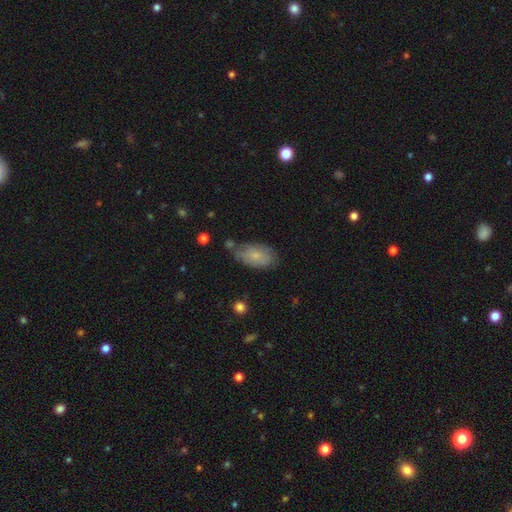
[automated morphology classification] type=smooth (74%); roundness=in between (93%); merging=none (63%).